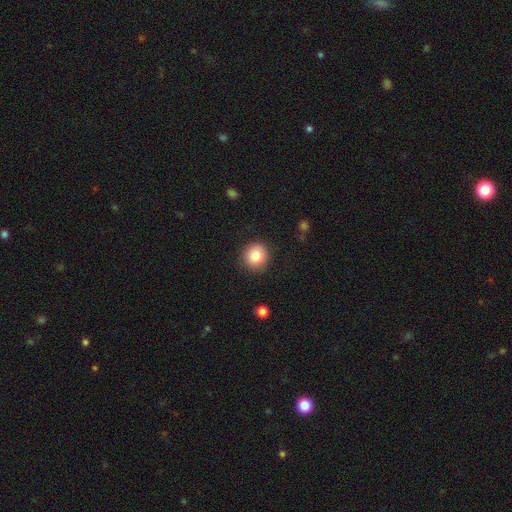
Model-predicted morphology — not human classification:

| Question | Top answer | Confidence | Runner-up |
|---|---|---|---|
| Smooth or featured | smooth | 83% | star or artifact (10%) |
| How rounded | round | 90% | in between (9%) |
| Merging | none | 89% | minor disturbance (8%) |